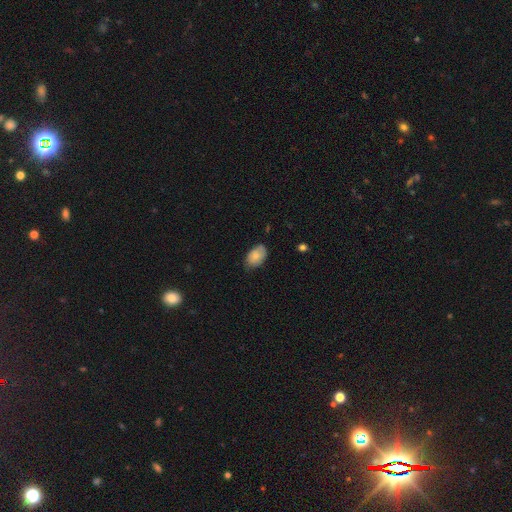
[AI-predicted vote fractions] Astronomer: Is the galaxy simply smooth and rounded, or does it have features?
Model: smooth — 80%.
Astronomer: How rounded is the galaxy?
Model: in between — 90%.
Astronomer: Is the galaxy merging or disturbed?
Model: none — 66%.